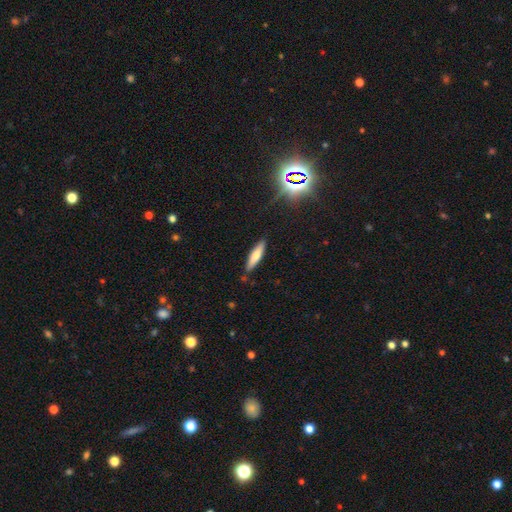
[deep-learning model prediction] Morphology: type=smooth (69%); roundness=cigar-shaped (74%); merging=none (85%).